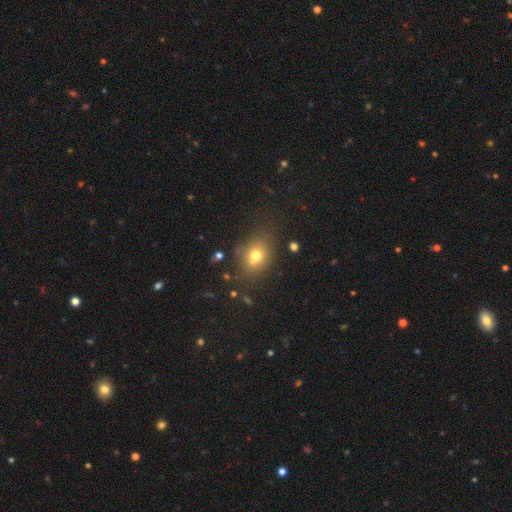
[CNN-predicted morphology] type=smooth (69%); roundness=in between (52%); merging=none (61%).